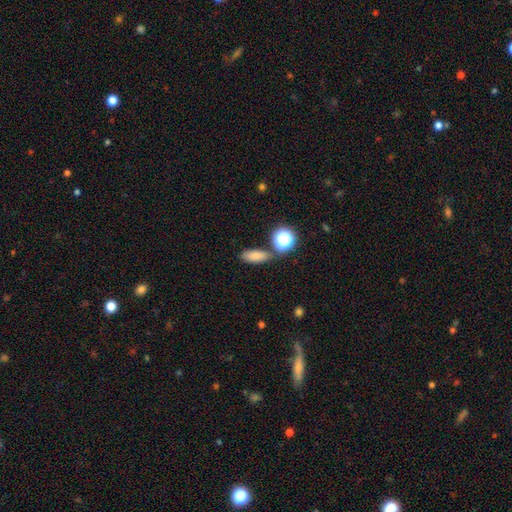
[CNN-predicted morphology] Smooth or featured: smooth — 78% (star or artifact — 13%)
How rounded: in between — 72% (cigar-shaped — 17%)
Merging: none — 73% (minor disturbance — 13%)